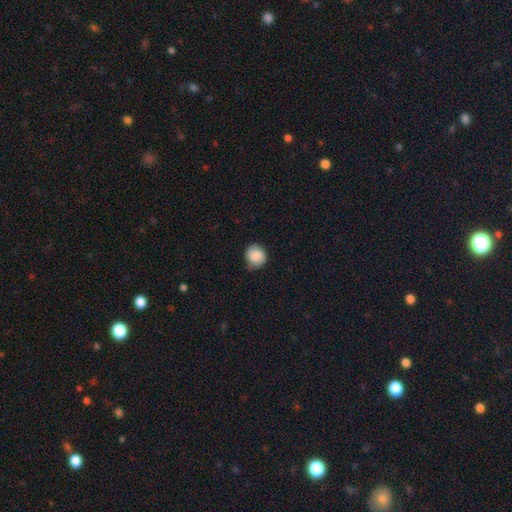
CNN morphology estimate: A smooth galaxy with no disk features (82%) that is round (85%).

Vote fractions:
- Smooth or featured? smooth: 82% / featured or disk: 11% / star or artifact: 8%
- How rounded? round: 85% / in between: 14% / cigar-shaped: 1%
- Merging? none: 70% / minor disturbance: 24% / major disturbance: 4% / merger: 1%